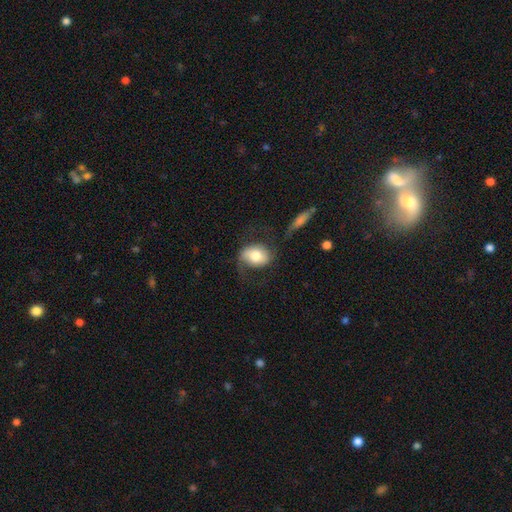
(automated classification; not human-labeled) Morphology: type=smooth (53%); roundness=in between (63%); merging=none (55%).